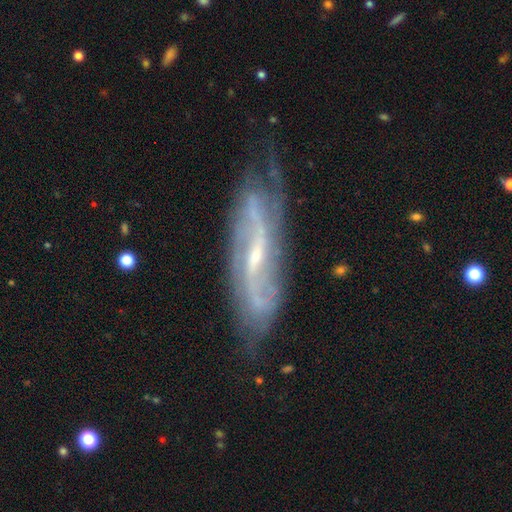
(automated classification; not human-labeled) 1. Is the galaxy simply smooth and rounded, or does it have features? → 87% featured or disk, 7% smooth, 6% star or artifact.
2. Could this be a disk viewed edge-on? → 84% no, 16% yes.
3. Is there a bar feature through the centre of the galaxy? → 45% weak, 32% strong, 23% no.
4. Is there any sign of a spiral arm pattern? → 95% yes, 5% no.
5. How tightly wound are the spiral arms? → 40% medium, 38% loose, 22% tight.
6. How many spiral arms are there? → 73% 2, 14% can't tell, 5% 3, 3% 4, 3% 1, 3% more than 4.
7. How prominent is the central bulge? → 72% small, 22% moderate, 4% none, 1% large, 1% dominant.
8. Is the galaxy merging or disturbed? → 72% none, 19% minor disturbance, 6% major disturbance, 2% merger.